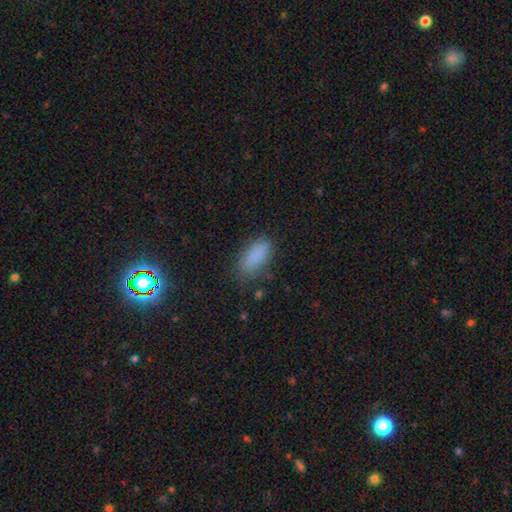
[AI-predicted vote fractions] The model was most divided on "merging": none: 72%, minor disturbance: 20%, major disturbance: 6%, merger: 2%. More confident: smooth or featured — smooth (85%); how rounded — in between (84%).